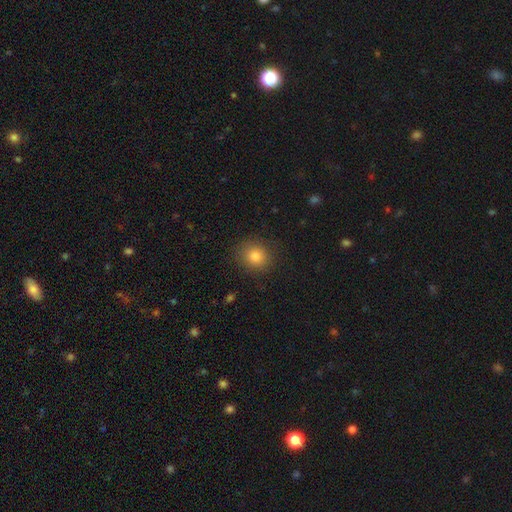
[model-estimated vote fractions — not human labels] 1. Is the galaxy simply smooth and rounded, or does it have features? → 81% smooth, 12% star or artifact, 7% featured or disk.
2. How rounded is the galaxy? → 82% round, 18% in between, 1% cigar-shaped.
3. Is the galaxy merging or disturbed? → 89% none, 8% minor disturbance, 3% major disturbance, 1% merger.